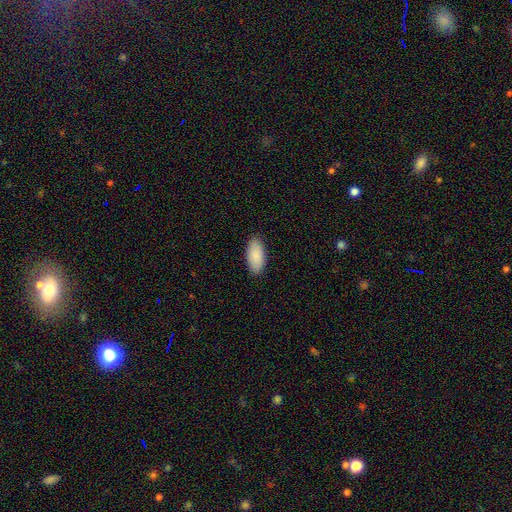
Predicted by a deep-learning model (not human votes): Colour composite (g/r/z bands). It shows a smooth galaxy with no disk features (88%) that is in between round and cigar-shaped (92%). Merging: none (87%).